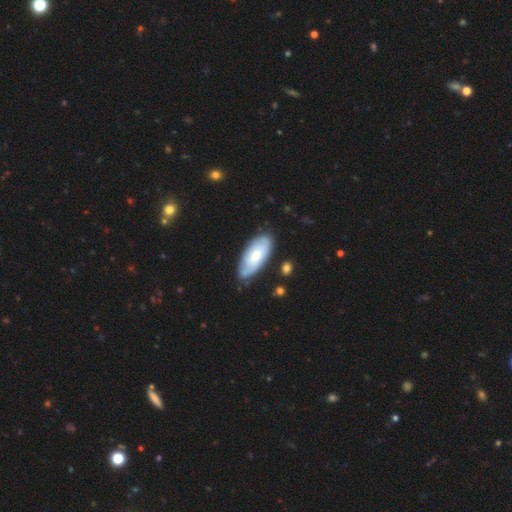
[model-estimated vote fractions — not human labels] Smooth or featured? Predicted: smooth (p=0.56). How rounded? Predicted: in between (p=0.87). Merging? Predicted: none (p=0.73).